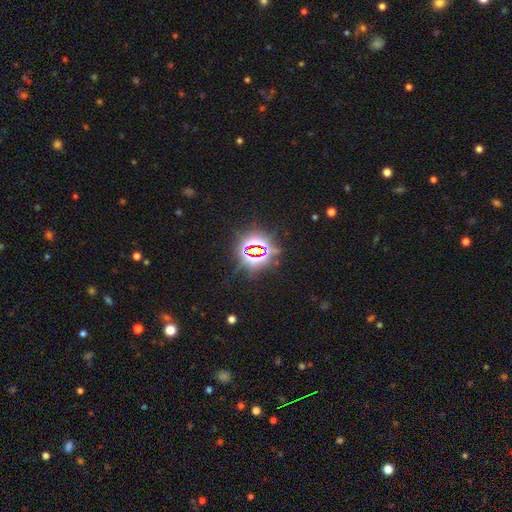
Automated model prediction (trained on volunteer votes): A star or artifact, not a galaxy (83%).

Vote fractions:
- Smooth or featured? star or artifact: 83% / smooth: 10% / featured or disk: 7%